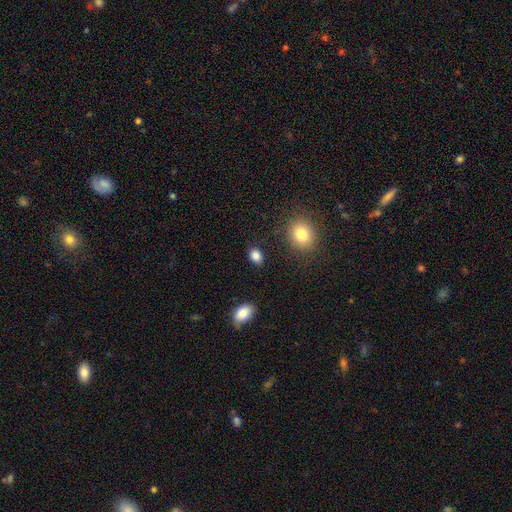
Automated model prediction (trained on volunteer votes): smooth-or-featured: smooth: 85% | star or artifact: 10% | featured or disk: 5%
  how-rounded: in between: 72% | round: 26% | cigar-shaped: 1%
  merging: none: 86% | minor disturbance: 9% | major disturbance: 3% | merger: 2%